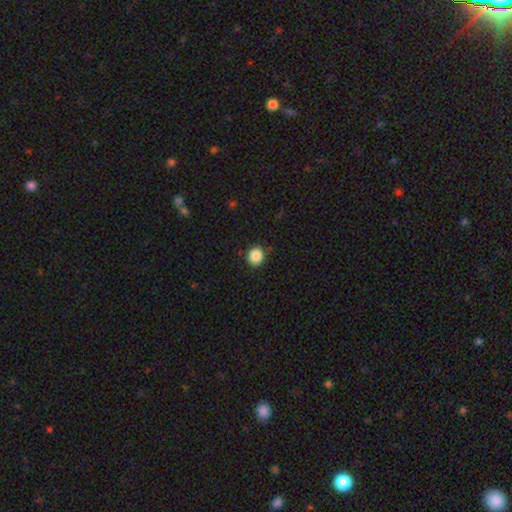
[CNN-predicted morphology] Smooth or featured?
  - smooth: 88% *
  - star or artifact: 9%
  - featured or disk: 3%
How rounded?
  - round: 85% *
  - in between: 14%
  - cigar-shaped: 1%
Merging?
  - none: 86% *
  - minor disturbance: 10%
  - major disturbance: 2%
  - merger: 1%